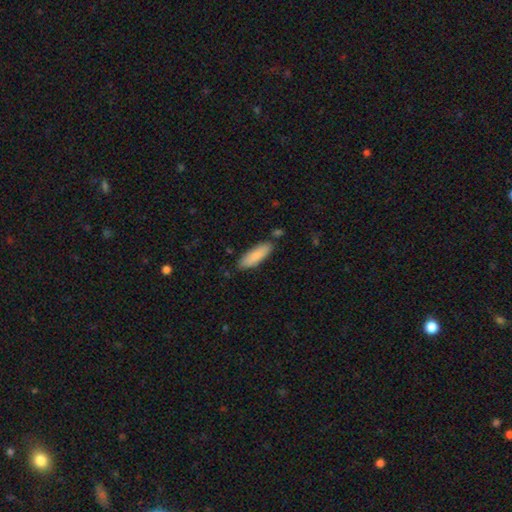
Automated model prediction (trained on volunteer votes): The model was most divided on "how rounded": in between: 53%, cigar-shaped: 45%, round: 1%. More confident: smooth or featured — smooth (86%); merging — none (82%).